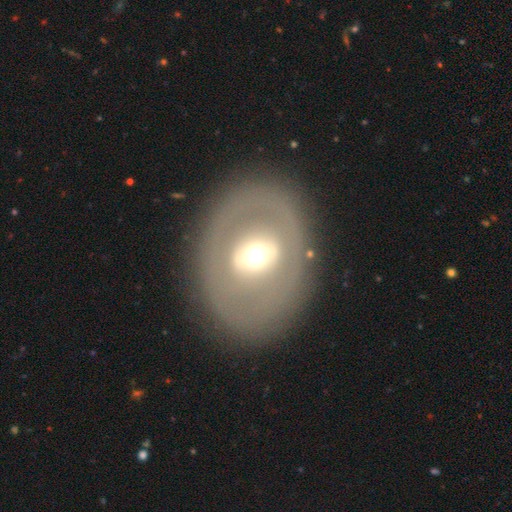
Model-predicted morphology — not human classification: type=featured or disk (58%); edge-on=no (91%); bar=no (58%); spiral arms=no (89%); bulge=moderate (64%); merging=none (82%).